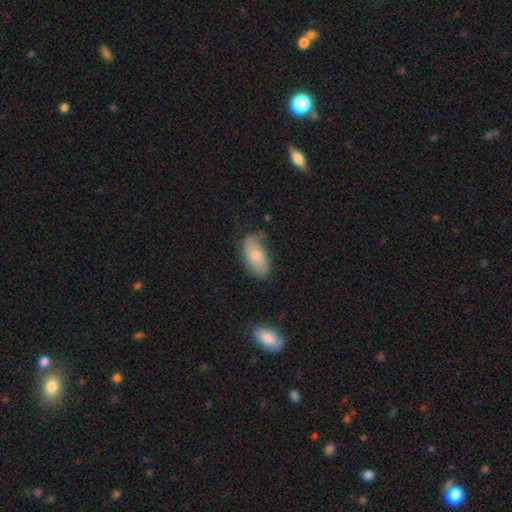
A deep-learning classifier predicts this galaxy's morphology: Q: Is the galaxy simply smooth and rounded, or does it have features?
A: smooth — 66%.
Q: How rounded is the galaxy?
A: in between — 94%.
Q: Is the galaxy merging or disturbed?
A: none — 57%.